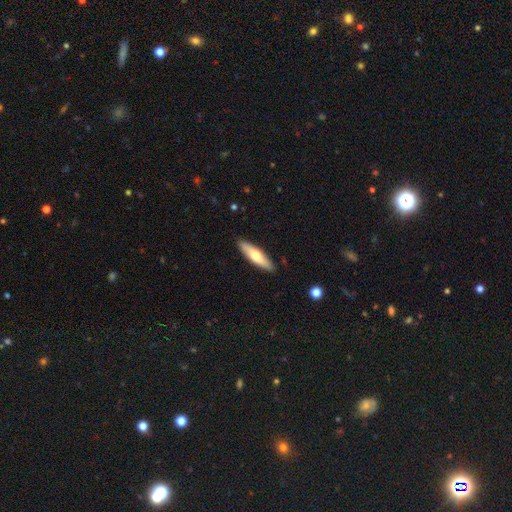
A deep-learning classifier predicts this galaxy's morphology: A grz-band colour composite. It shows a smooth galaxy with no disk features (59%) that is cigar-shaped (69%). Merging: none (89%).